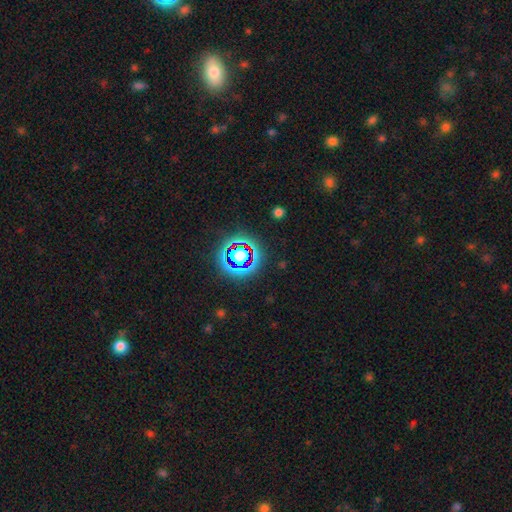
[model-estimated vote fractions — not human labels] smooth_or_featured: star or artifact (p=0.74) [alt: smooth p=0.17]